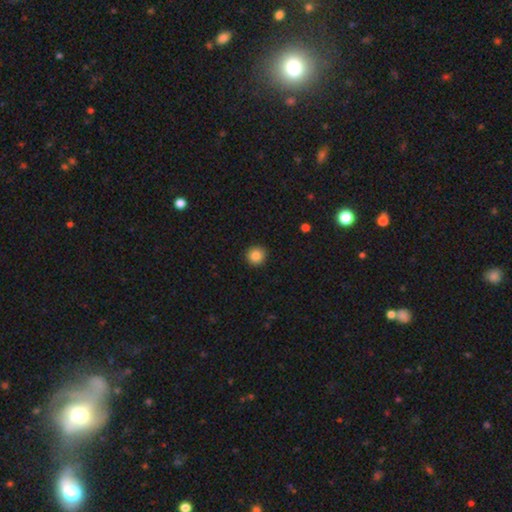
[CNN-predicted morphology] This is clearly a smooth galaxy (86%). How rounded: clearly round (93%). Merging: clearly none (92%).